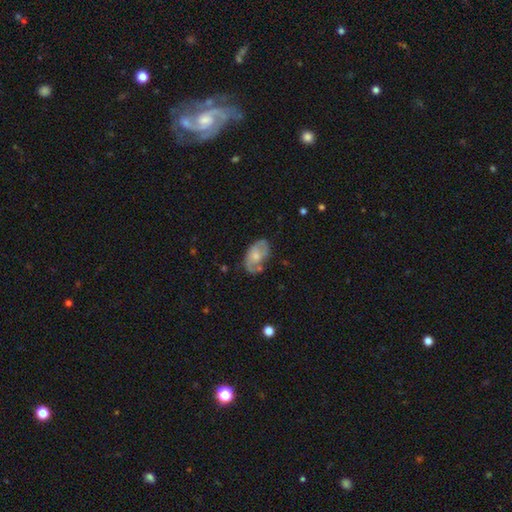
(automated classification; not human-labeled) Morphology: type=featured or disk (57%); edge-on=no (95%); bar=no (75%); spiral arms=yes (69%); bulge=moderate (49%); merging=none (55%).